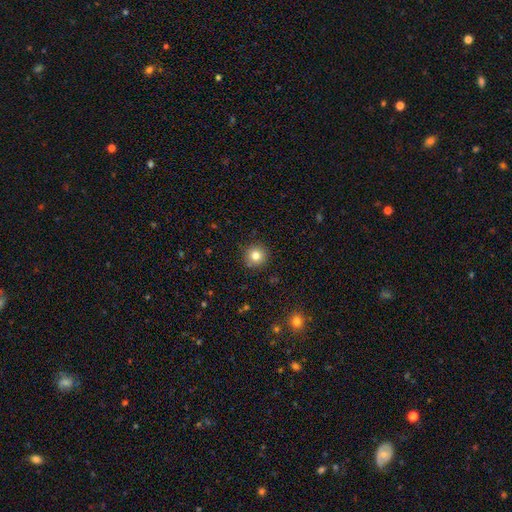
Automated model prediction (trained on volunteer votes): This appears to be a smooth galaxy with no disk features (81%) that is round (95%). Merging: none (89%).